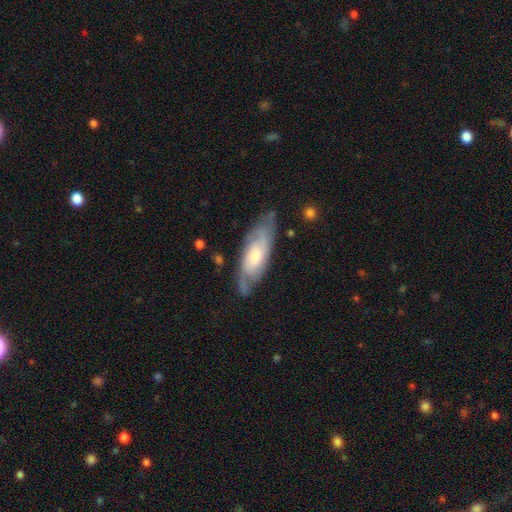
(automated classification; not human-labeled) A featured or disk galaxy (69%) with no bar (67%), 2 (46%) tight (47%) spiral arms (91%) and a moderate central bulge (47%).

Vote fractions:
- Smooth or featured? featured or disk: 69% / smooth: 26% / star or artifact: 6%
- Edge-on disk? no: 84% / yes: 16%
- Bar? no: 67% / weak: 28% / strong: 5%
- Spiral arms? yes: 91% / no: 9%
- Spiral winding? tight: 47% / medium: 40% / loose: 13%
- Spiral arm count? 2: 46% / can't tell: 34% / 3: 10% / 1: 4% / 4: 3% / more than 4: 2%
- Bulge size? moderate: 47% / small: 31% / large: 15% / none: 5% / dominant: 2%
- Merging? none: 70% / minor disturbance: 21% / major disturbance: 7% / merger: 2%